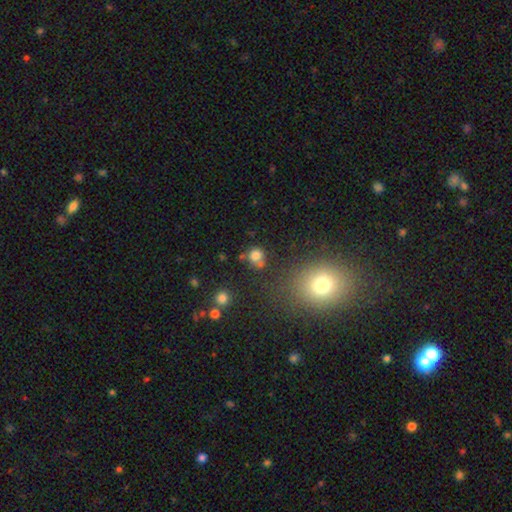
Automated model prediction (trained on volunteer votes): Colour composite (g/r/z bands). It shows a smooth galaxy with no disk features (77%) that is round (85%). Merging: none (64%).